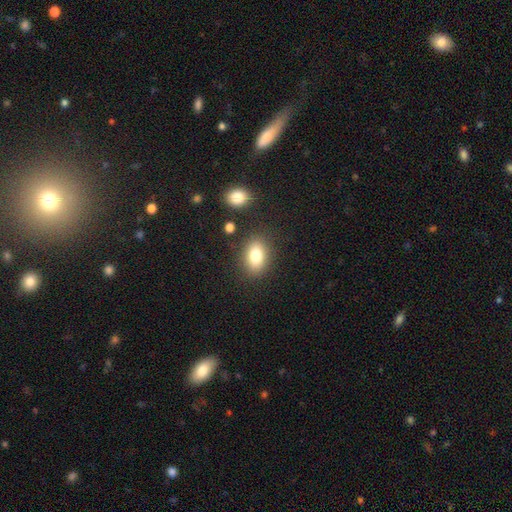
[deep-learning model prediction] smooth_or_featured: smooth (p=0.81) [alt: featured or disk p=0.10]
how_rounded: in between (p=0.80) [alt: round p=0.18]
merging: none (p=0.83) [alt: minor disturbance p=0.10]